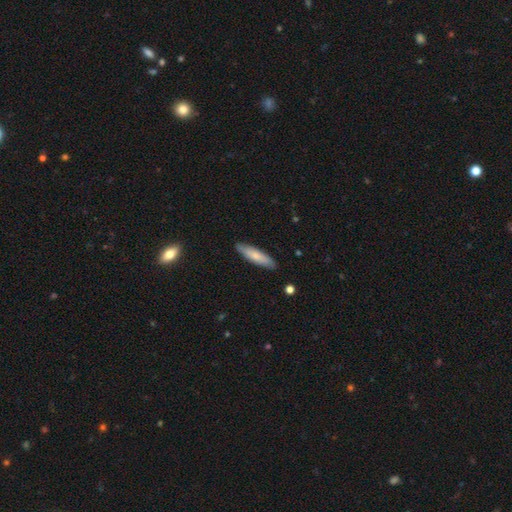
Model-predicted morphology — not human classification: smooth_or_featured: smooth (p=0.74) [alt: featured or disk p=0.21]
how_rounded: cigar-shaped (p=0.75) [alt: in between p=0.24]
merging: none (p=0.87) [alt: minor disturbance p=0.10]